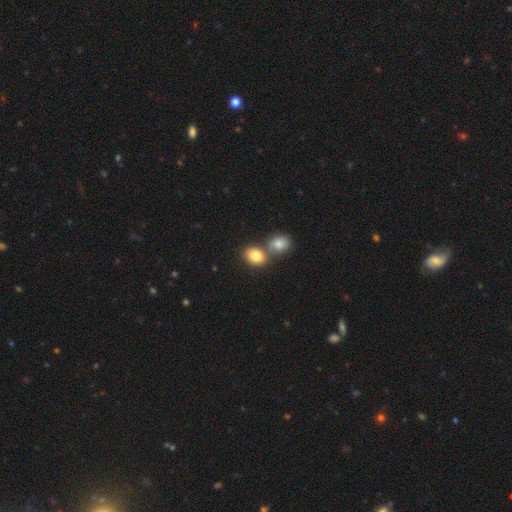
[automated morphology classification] type=smooth (81%); roundness=in between (62%); merging=none (47%).